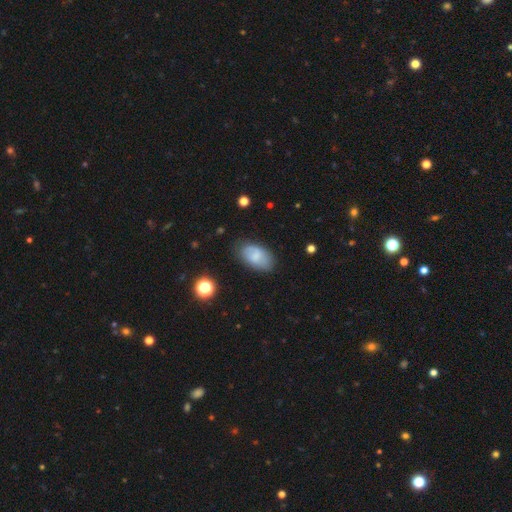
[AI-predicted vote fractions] This appears to be a smooth galaxy with no disk features (71%) that is in between round and cigar-shaped (93%). Merging: none (75%).